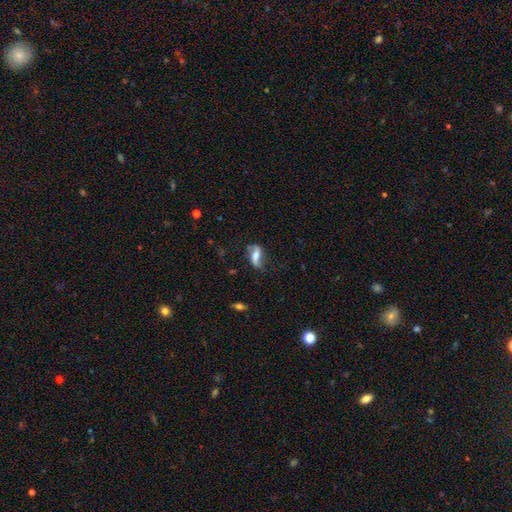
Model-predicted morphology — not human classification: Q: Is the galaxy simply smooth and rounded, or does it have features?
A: featured or disk — 56%.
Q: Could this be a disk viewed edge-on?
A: no — 86%.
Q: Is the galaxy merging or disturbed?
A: none — 60%.